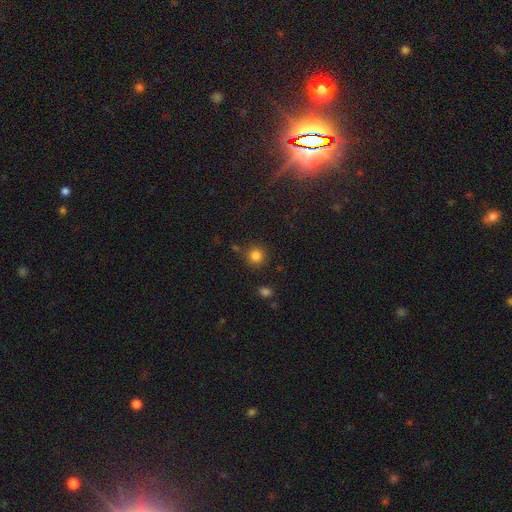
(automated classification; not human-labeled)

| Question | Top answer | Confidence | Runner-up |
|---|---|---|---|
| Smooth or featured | smooth | 82% | star or artifact (13%) |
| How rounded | round | 92% | in between (7%) |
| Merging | none | 84% | minor disturbance (9%) |